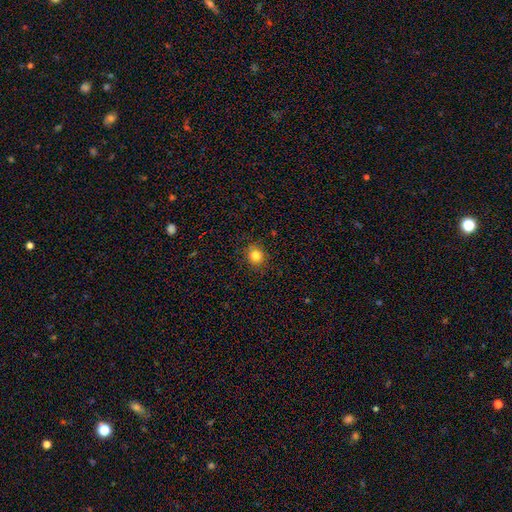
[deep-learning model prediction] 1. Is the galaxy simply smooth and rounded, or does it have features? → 83% smooth, 12% star or artifact, 6% featured or disk.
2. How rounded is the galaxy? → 82% round, 17% in between, 1% cigar-shaped.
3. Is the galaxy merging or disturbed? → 88% none, 9% minor disturbance, 2% major disturbance, 1% merger.